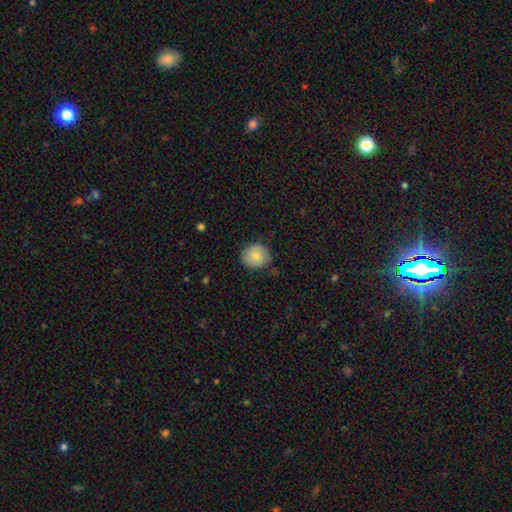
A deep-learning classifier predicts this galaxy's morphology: Smooth or featured? smooth (80%)
How rounded? round (84%)
Merging? none (82%)